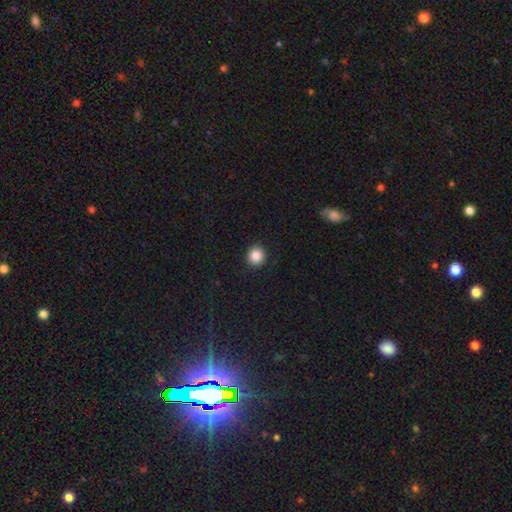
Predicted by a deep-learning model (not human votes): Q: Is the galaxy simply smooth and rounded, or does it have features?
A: smooth — 86%.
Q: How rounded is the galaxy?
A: round — 90%.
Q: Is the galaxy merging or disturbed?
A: none — 92%.